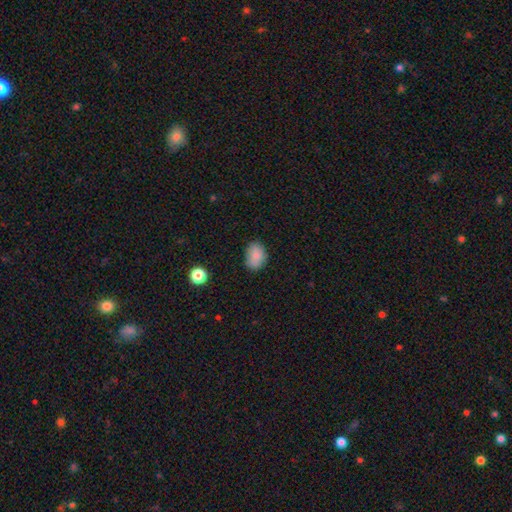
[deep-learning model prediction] smooth-or-featured: smooth: 85% | star or artifact: 9% | featured or disk: 6%
  how-rounded: in between: 67% | round: 32% | cigar-shaped: 1%
  merging: none: 75% | minor disturbance: 19% | major disturbance: 4% | merger: 2%